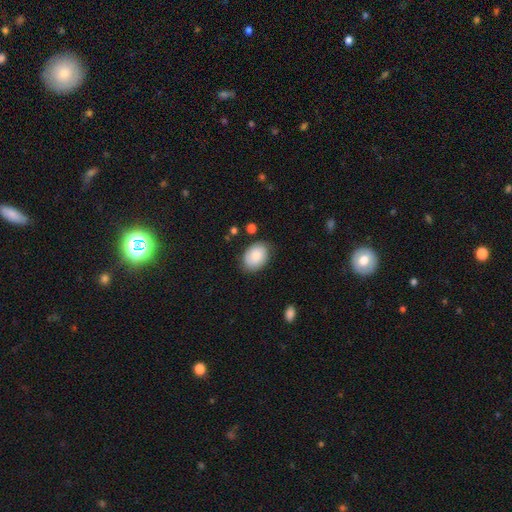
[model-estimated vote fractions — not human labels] The model was most divided on "how rounded": in between: 77%, round: 22%, cigar-shaped: 1%. More confident: smooth or featured — smooth (80%); merging — none (77%).